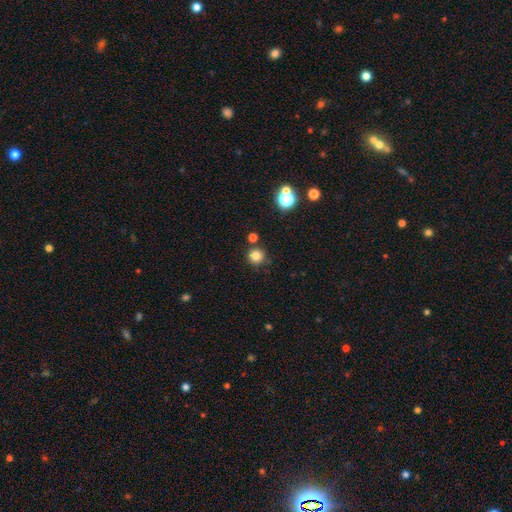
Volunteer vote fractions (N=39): Morphology: type=smooth (82%); roundness=round (100%); merging=none (66%).